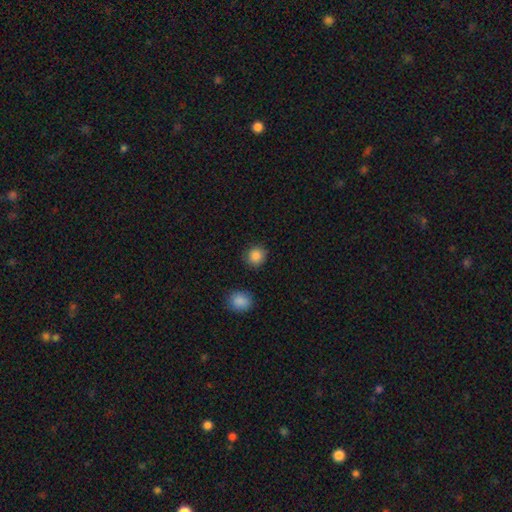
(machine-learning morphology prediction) The model was most divided on "merging": none: 85%, minor disturbance: 9%, major disturbance: 3%, merger: 2%. More confident: how rounded — round (89%); smooth or featured — smooth (87%).